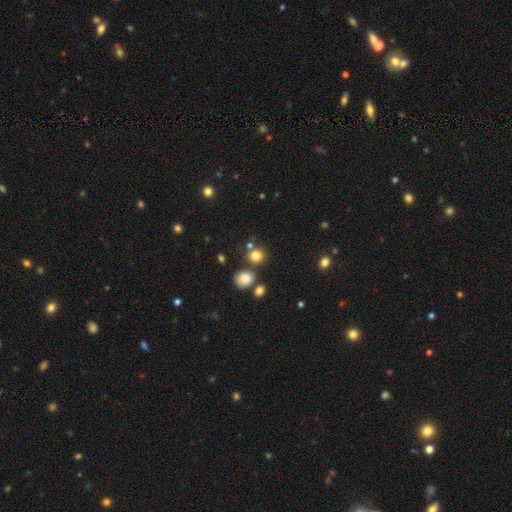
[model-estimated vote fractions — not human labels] The model was most divided on "merging": none: 72%, merger: 15%, minor disturbance: 9%, major disturbance: 4%. More confident: how rounded — round (86%); smooth or featured — smooth (79%).